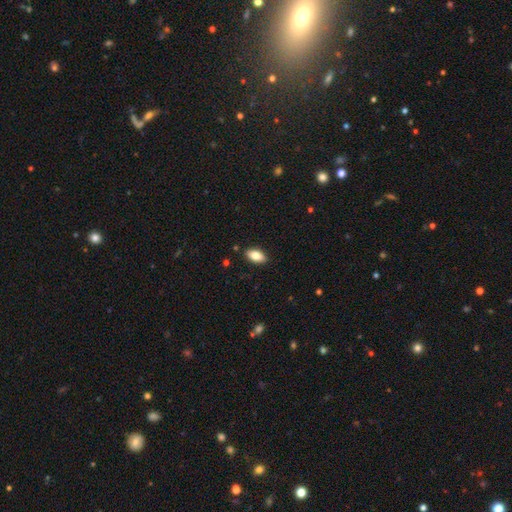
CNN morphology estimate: Smooth or featured?
  - smooth: 81% *
  - featured or disk: 12%
  - star or artifact: 7%
How rounded?
  - in between: 90% *
  - cigar-shaped: 6%
  - round: 3%
Merging?
  - none: 88% *
  - minor disturbance: 9%
  - major disturbance: 2%
  - merger: 1%